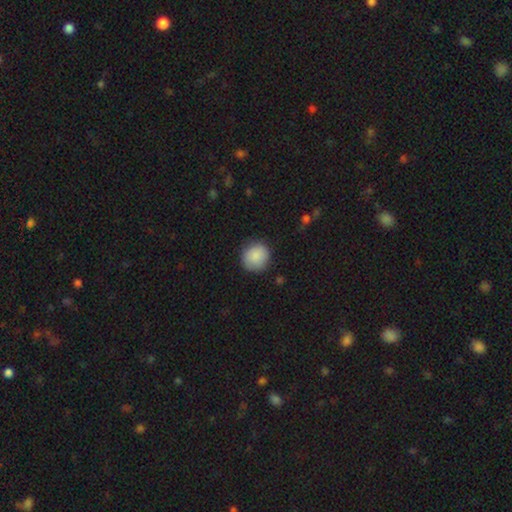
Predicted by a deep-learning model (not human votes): Q: Smooth or featured?
A: smooth (88%); runner-up: star or artifact (7%)
Q: How rounded?
A: round (91%); runner-up: in between (8%)
Q: Merging?
A: none (85%); runner-up: minor disturbance (12%)